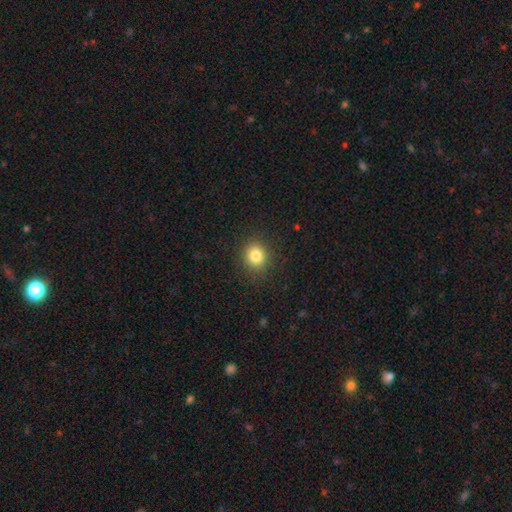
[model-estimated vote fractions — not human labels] smooth_or_featured: smooth (p=0.82) [alt: star or artifact p=0.12]
how_rounded: round (p=0.78) [alt: in between p=0.21]
merging: none (p=0.88) [alt: minor disturbance p=0.08]